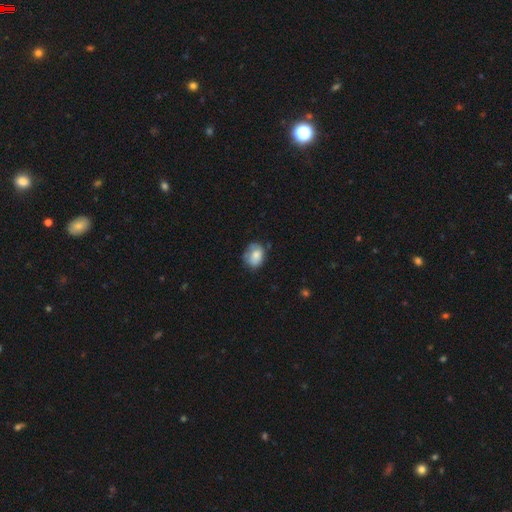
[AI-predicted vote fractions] Smooth or featured? smooth (74%)
How rounded? in between (57%)
Merging? none (54%)